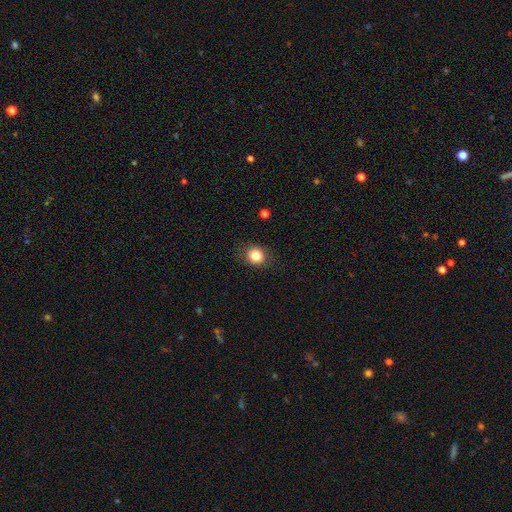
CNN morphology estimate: This is clearly a smooth galaxy (83%). How rounded: likely round (73%). Merging: clearly none (86%).